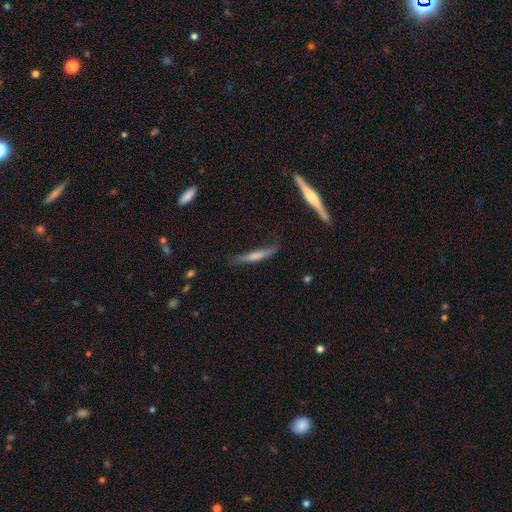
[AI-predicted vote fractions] smooth 58%, featured or disk 35%, star or artifact 6%. Down the decision tree: how rounded — cigar-shaped (93%); merging — none (73%).